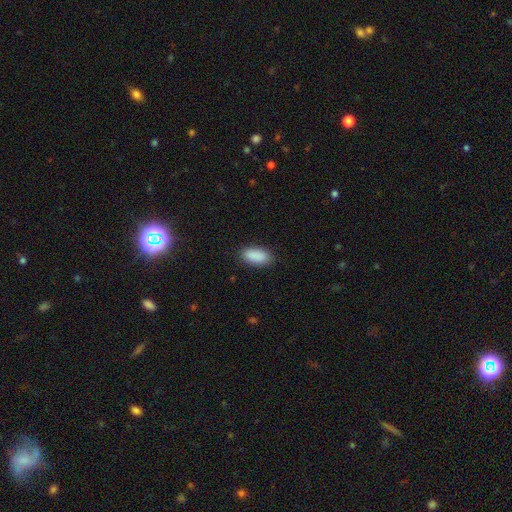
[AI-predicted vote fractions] This is clearly a smooth galaxy (90%). How rounded: clearly in between (89%). Merging: clearly none (87%).